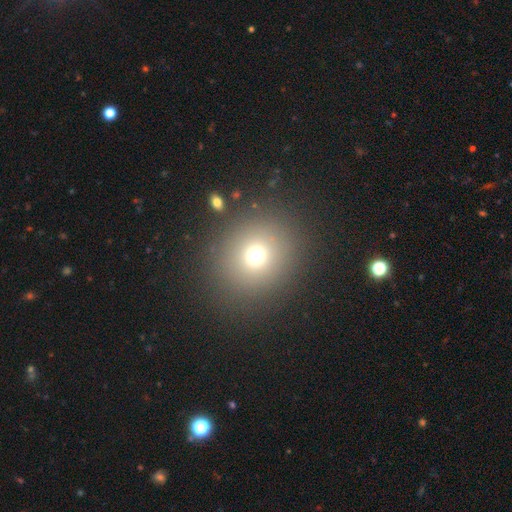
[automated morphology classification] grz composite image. It shows a smooth galaxy with no disk features (71%) that is round (88%). Merging: none (86%).